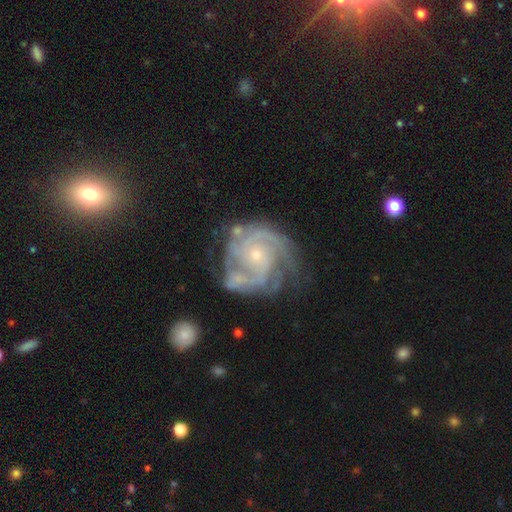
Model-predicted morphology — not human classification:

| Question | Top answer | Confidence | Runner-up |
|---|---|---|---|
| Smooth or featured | featured or disk | 89% | star or artifact (6%) |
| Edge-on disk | no | 98% | yes (2%) |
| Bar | no | 73% | weak (22%) |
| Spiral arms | yes | 97% | no (3%) |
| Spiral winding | tight | 59% | medium (35%) |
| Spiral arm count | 3 | 33% | 2 (26%) |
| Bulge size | small | 75% | moderate (22%) |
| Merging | none | 56% | minor disturbance (24%) |